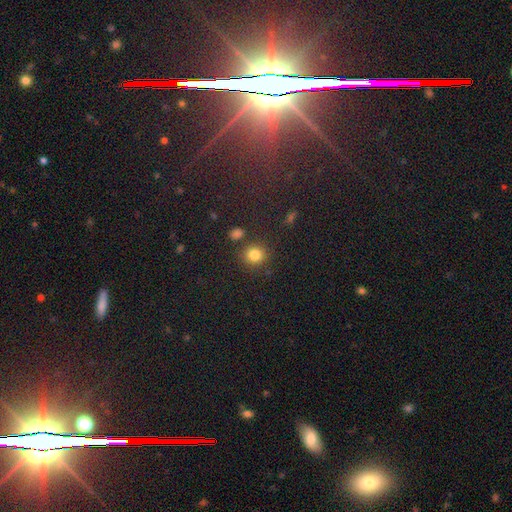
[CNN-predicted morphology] Q: Smooth or featured?
A: smooth (80%); runner-up: star or artifact (14%)
Q: How rounded?
A: round (89%); runner-up: in between (10%)
Q: Merging?
A: none (83%); runner-up: minor disturbance (8%)